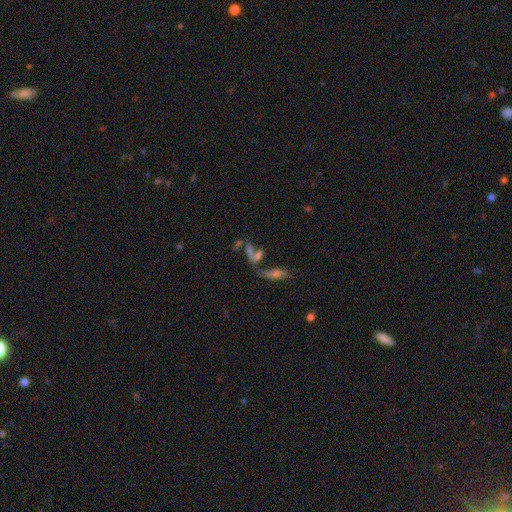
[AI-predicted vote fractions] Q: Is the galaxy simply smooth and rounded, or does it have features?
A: star or artifact — 37%.